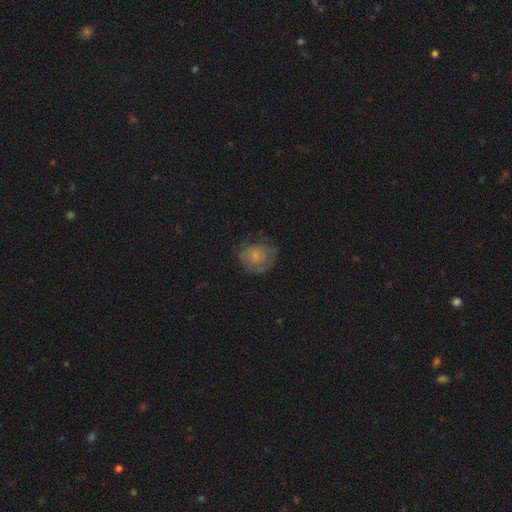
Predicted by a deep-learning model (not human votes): Morphology: type=smooth (66%); roundness=round (70%); merging=none (58%).